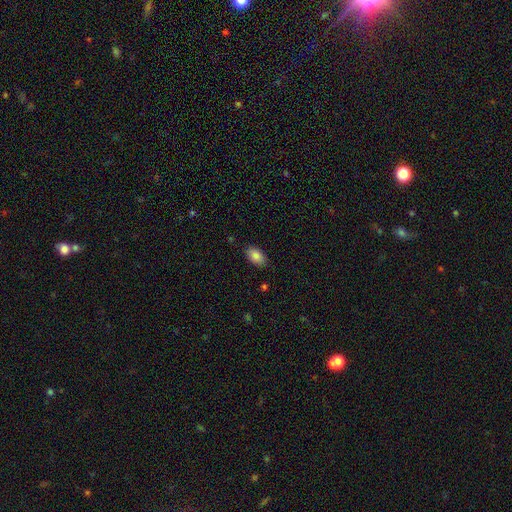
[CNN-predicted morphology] A smooth galaxy with no disk features (86%) that is in between round and cigar-shaped (92%).

Vote fractions:
- Smooth or featured? smooth: 86% / star or artifact: 8% / featured or disk: 7%
- How rounded? in between: 92% / round: 6% / cigar-shaped: 2%
- Merging? none: 85% / minor disturbance: 11% / major disturbance: 2% / merger: 1%